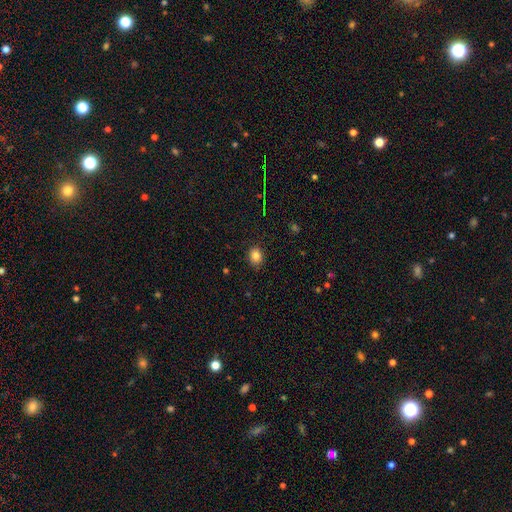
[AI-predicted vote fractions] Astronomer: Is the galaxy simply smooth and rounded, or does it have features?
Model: smooth — 82%.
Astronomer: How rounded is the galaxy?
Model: round — 54% (runner-up: in between, 45%).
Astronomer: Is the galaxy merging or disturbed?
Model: none — 87%.